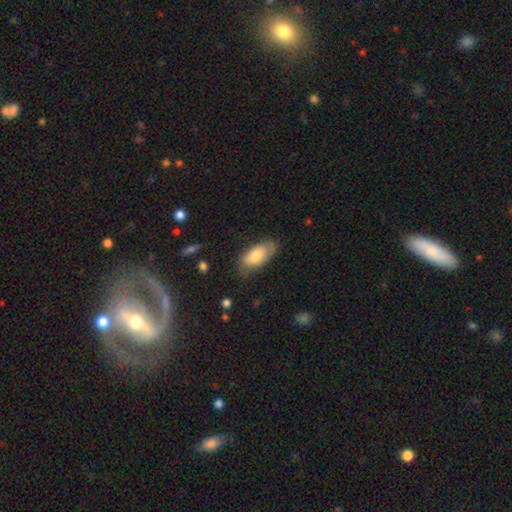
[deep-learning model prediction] smooth 76%, featured or disk 18%, star or artifact 6%. Down the decision tree: how rounded — in between (90%); merging — none (71%).